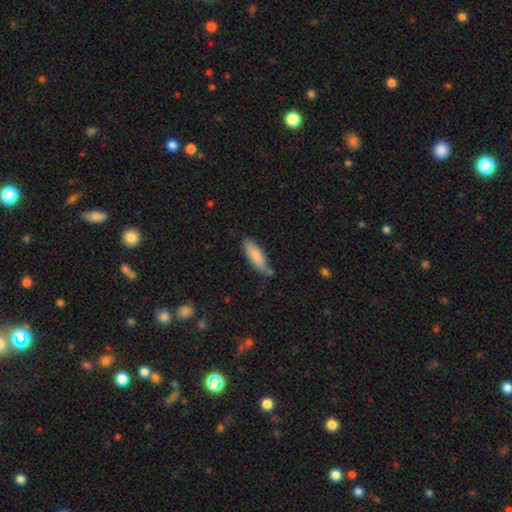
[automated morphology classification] The model was most divided on "how rounded": in between: 55%, cigar-shaped: 43%, round: 2%. More confident: smooth or featured — smooth (82%); merging — none (65%).